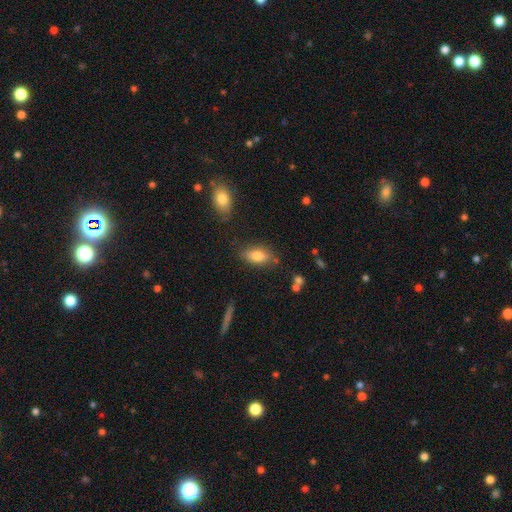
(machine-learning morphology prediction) smooth_or_featured: smooth (p=0.77) [alt: featured or disk p=0.14]
how_rounded: in between (p=0.86) [alt: cigar-shaped p=0.09]
merging: none (p=0.77) [alt: minor disturbance p=0.15]